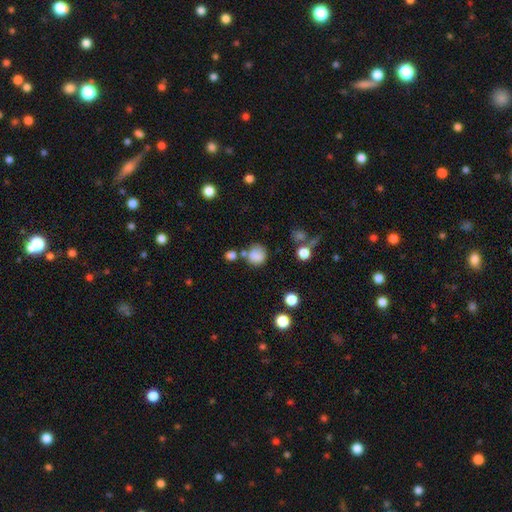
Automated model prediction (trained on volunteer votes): Smooth or featured? Predicted: smooth (p=0.81). How rounded? Predicted: round (p=0.83). Merging? Predicted: none (p=0.63).